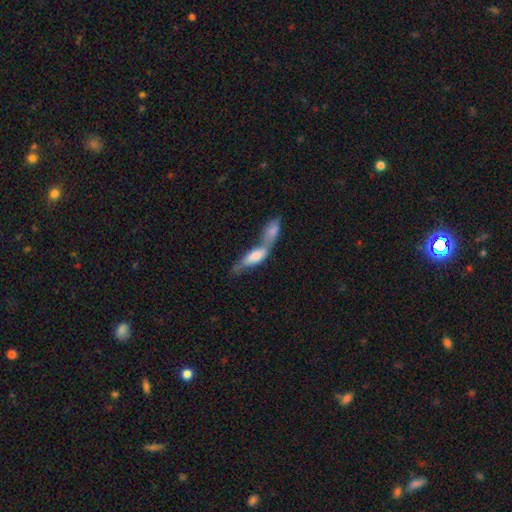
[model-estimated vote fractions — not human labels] smooth 63%, featured or disk 31%, star or artifact 6%. Down the decision tree: how rounded — in between (59%); merging — merger (73%).